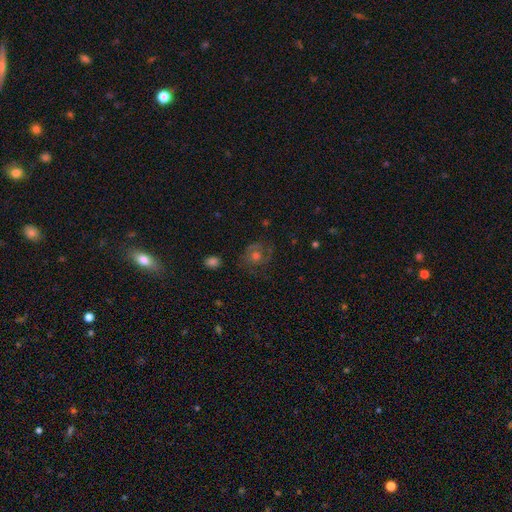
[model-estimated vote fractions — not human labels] Smooth or featured: featured or disk — 55% (smooth — 27%)
Edge-on disk: no — 97% (yes — 3%)
Bar: no — 80% (weak — 17%)
Spiral arms: yes — 76% (no — 24%)
Bulge size: moderate — 63% (small — 21%)
Merging: none — 72% (minor disturbance — 16%)